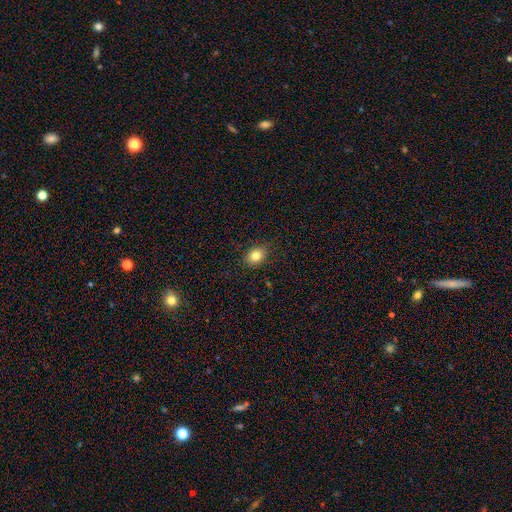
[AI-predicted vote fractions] Morphology: type=smooth (82%); roundness=in between (56%); merging=none (88%).